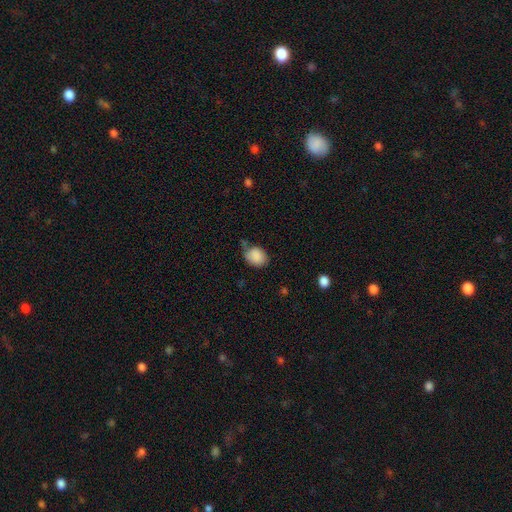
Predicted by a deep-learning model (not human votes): A smooth galaxy with no disk features (87%) that is in between round and cigar-shaped (58%).

Vote fractions:
- Smooth or featured? smooth: 87% / star or artifact: 8% / featured or disk: 5%
- How rounded? in between: 58% / round: 41% / cigar-shaped: 1%
- Merging? none: 60% / minor disturbance: 27% / major disturbance: 7% / merger: 6%